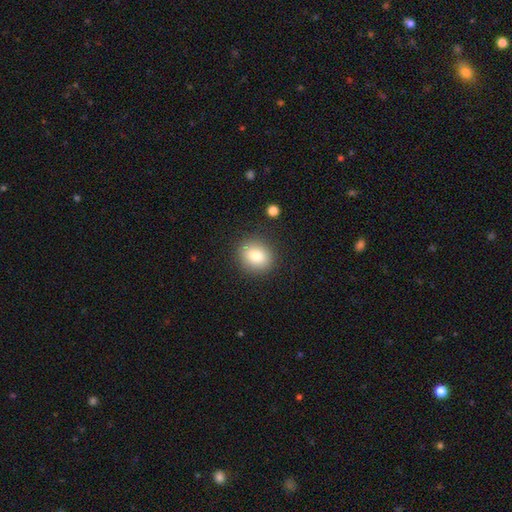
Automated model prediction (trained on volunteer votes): A smooth galaxy with no disk features (79%) that is round (76%). Merging: none (87%).